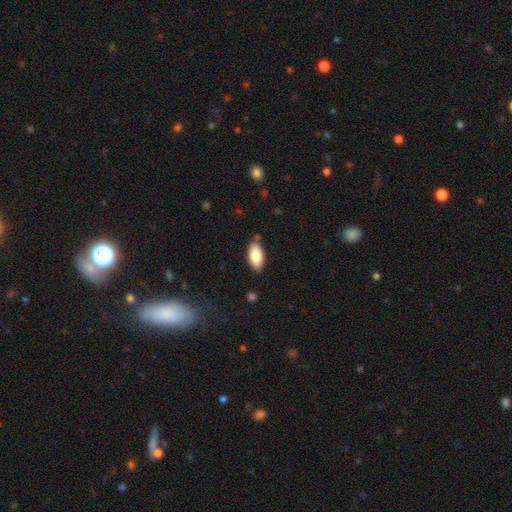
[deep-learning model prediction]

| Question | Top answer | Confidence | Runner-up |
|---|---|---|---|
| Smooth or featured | smooth | 83% | featured or disk (10%) |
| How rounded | in between | 92% | cigar-shaped (6%) |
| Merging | none | 84% | minor disturbance (12%) |